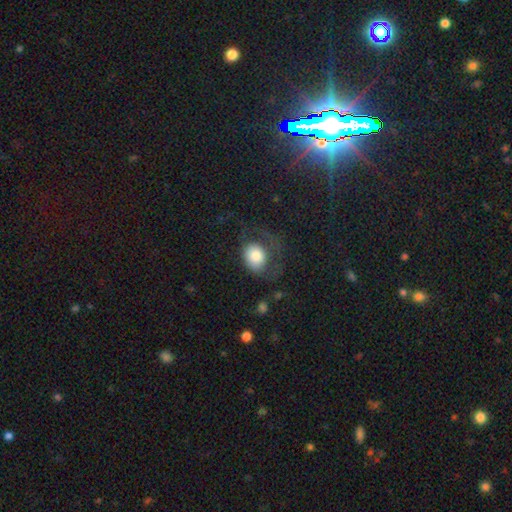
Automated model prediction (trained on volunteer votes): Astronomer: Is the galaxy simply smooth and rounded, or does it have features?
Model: smooth — 75%.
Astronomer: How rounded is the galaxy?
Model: round — 51% (runner-up: in between, 48%).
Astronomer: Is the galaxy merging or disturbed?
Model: none — 38% (runner-up: major disturbance, 37%).